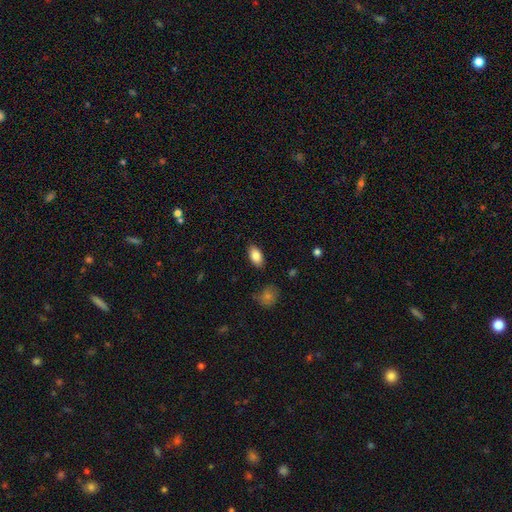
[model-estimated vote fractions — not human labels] A smooth galaxy with no disk features (85%) that is in between round and cigar-shaped (92%). Merging: none (86%).